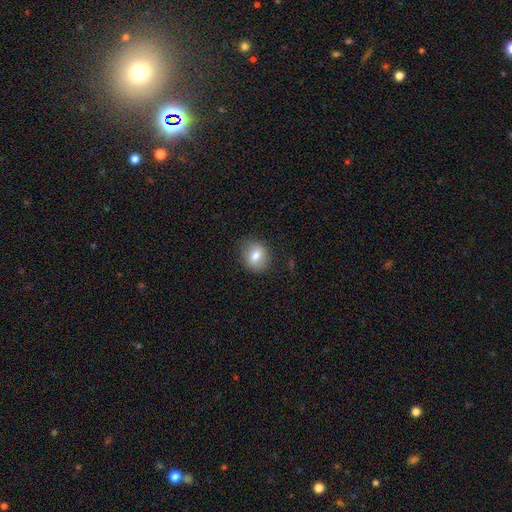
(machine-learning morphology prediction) Smooth or featured? smooth (77%)
How rounded? round (65%)
Merging? none (85%)